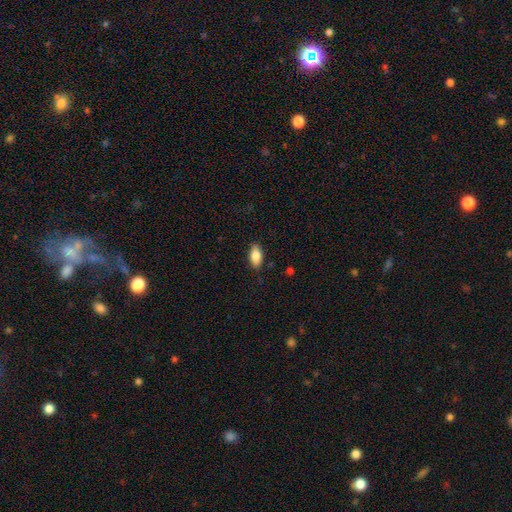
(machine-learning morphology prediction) Q: Smooth or featured?
A: smooth (85%); runner-up: featured or disk (8%)
Q: How rounded?
A: in between (89%); runner-up: cigar-shaped (8%)
Q: Merging?
A: none (86%); runner-up: minor disturbance (11%)